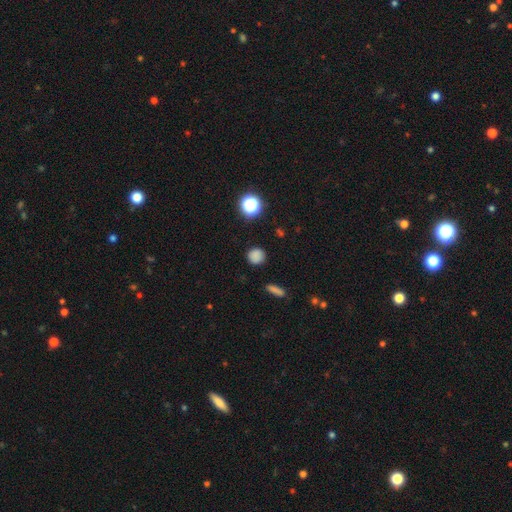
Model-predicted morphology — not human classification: Overall: smooth (81%). How rounded: round (91%). Merging: none (87%).